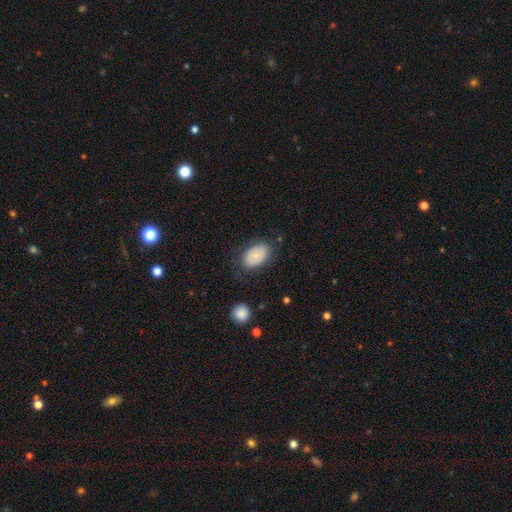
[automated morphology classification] smooth 74%, featured or disk 19%, star or artifact 7%. Down the decision tree: how rounded — in between (91%); merging — none (72%).